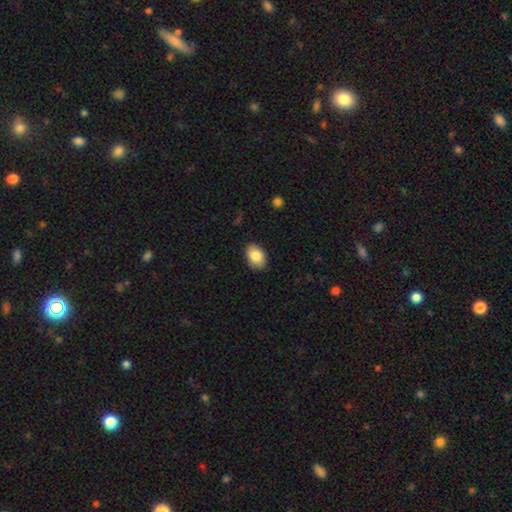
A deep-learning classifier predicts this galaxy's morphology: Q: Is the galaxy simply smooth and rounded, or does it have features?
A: smooth — 83%.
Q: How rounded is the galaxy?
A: in between — 83%.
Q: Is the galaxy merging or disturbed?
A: none — 86%.